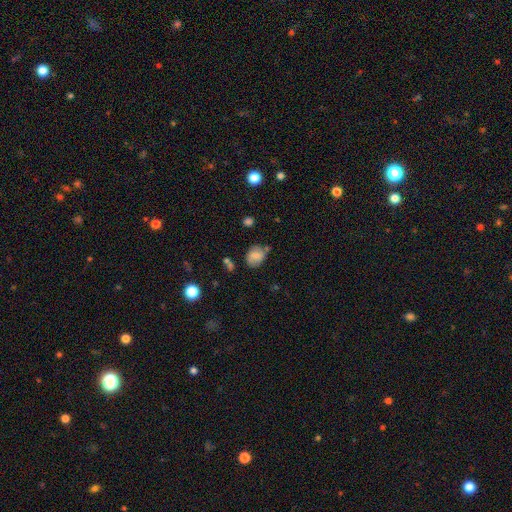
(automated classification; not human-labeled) A smooth galaxy with no disk features (64%) that is in between round and cigar-shaped (58%). Merging: none (62%).